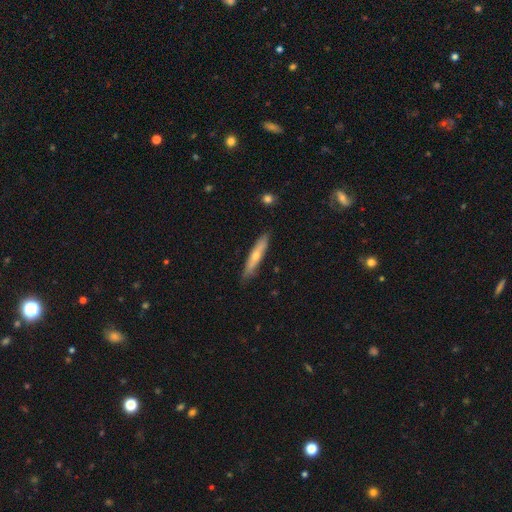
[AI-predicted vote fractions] This is possibly a featured or disk galaxy (49%). Merging: clearly none (86%).